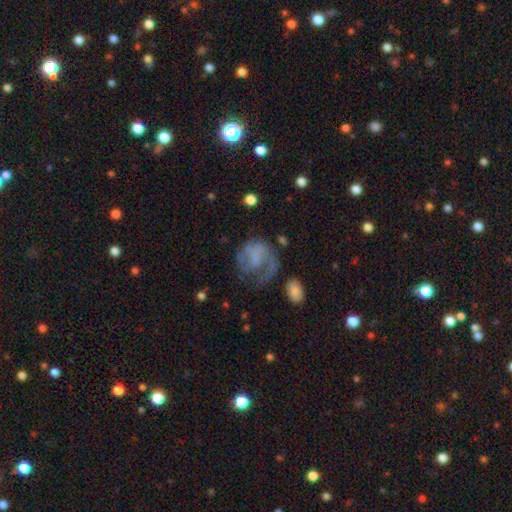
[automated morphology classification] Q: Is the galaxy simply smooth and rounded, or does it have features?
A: featured or disk — 56%.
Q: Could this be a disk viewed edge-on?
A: no — 98%.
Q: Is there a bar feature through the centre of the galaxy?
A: no — 67%.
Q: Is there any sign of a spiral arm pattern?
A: yes — 68%.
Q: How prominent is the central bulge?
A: none — 57%.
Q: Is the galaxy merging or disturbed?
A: none — 40%.